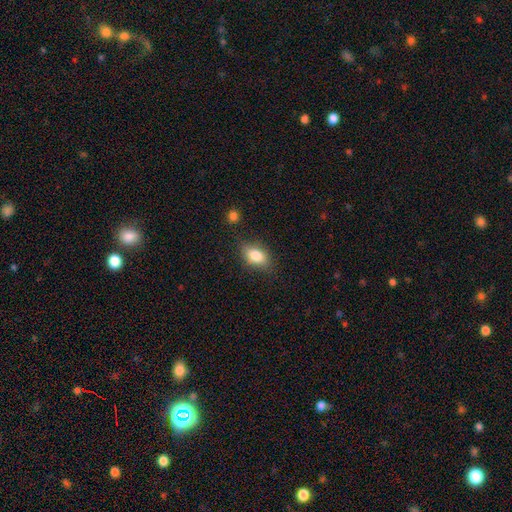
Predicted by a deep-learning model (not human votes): smooth 82%, featured or disk 10%, star or artifact 8%. Down the decision tree: how rounded — in between (85%); merging — none (76%).